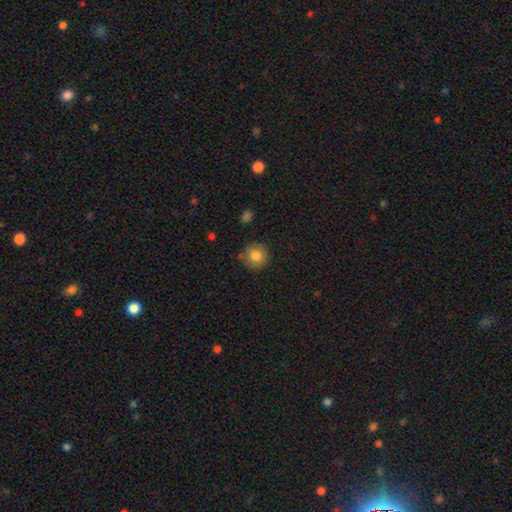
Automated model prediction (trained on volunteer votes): Smooth or featured?
  - smooth: 83% *
  - star or artifact: 9%
  - featured or disk: 8%
How rounded?
  - round: 93% *
  - in between: 6%
  - cigar-shaped: 1%
Merging?
  - none: 86% *
  - minor disturbance: 10%
  - major disturbance: 2%
  - merger: 2%